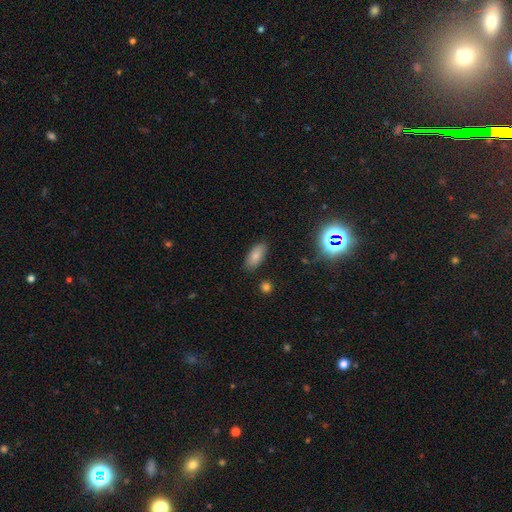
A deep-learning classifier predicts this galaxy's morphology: This is clearly a smooth galaxy (80%). How rounded: clearly in between (88%). Merging: clearly none (85%).